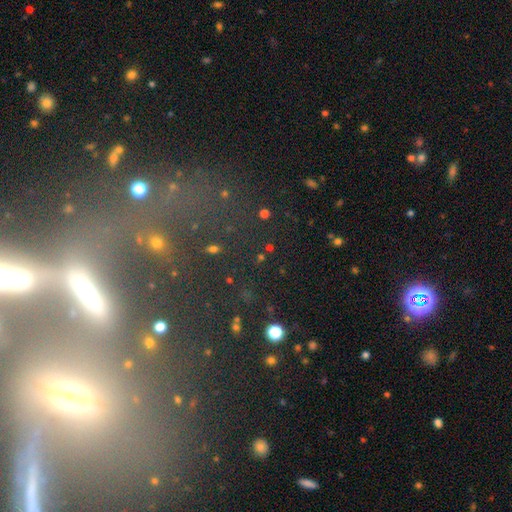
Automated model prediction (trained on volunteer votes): featured or disk 42%, star or artifact 31%, smooth 27%. Down the decision tree: merging — merger (42%).